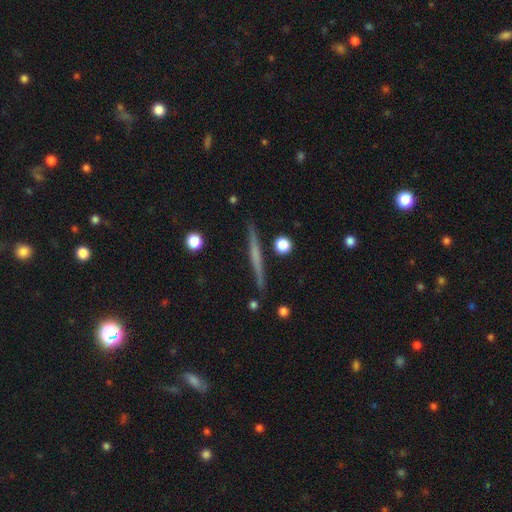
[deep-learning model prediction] Morphology: type=featured or disk (54%); edge-on=yes (97%); edge-on bulge=none (79%); merging=none (90%).